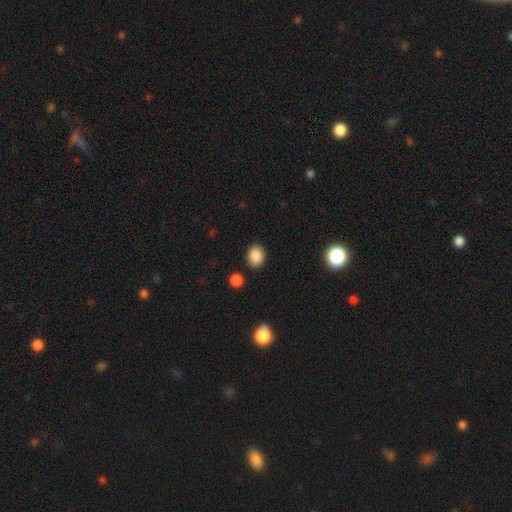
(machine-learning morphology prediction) This appears to be a smooth galaxy with no disk features (87%) that is in between round and cigar-shaped (52%). Merging: none (86%).